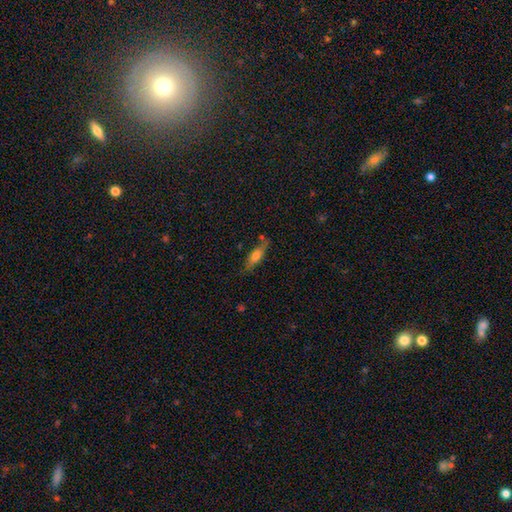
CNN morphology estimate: Smooth or featured? smooth (62%)
How rounded? cigar-shaped (50%)
Merging? none (68%)